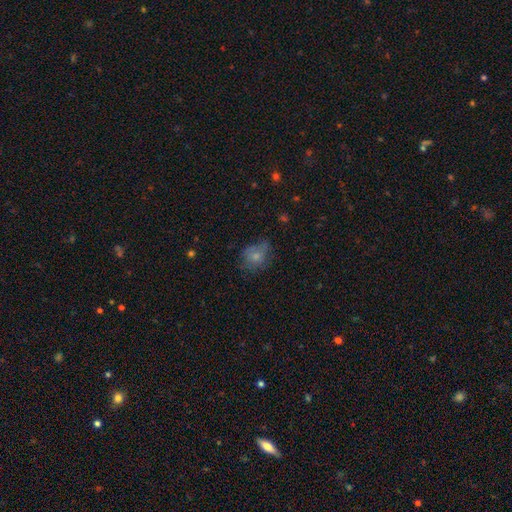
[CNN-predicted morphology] A smooth galaxy with no disk features (69%) that is round (58%). Merging: none (47%).